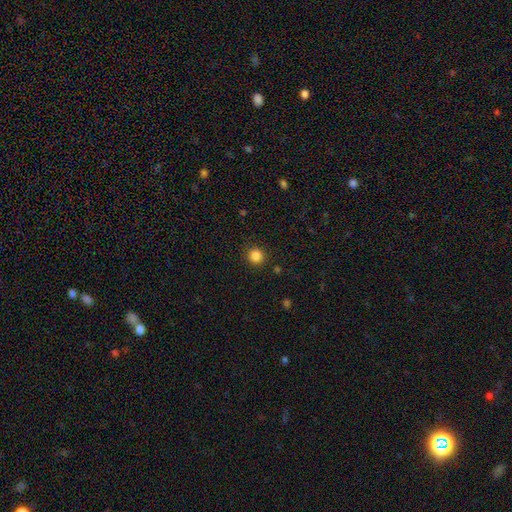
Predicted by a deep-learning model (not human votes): The model was most divided on "smooth or featured": smooth: 85%, star or artifact: 12%, featured or disk: 3%. More confident: how rounded — round (93%); merging — none (90%).